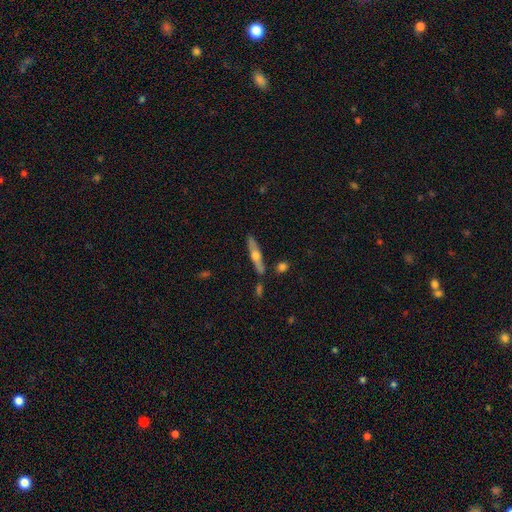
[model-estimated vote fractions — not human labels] Smooth or featured? featured or disk (59%)
Edge-on disk? yes (92%)
Edge-on bulge? rounded (91%)
Merging? none (83%)